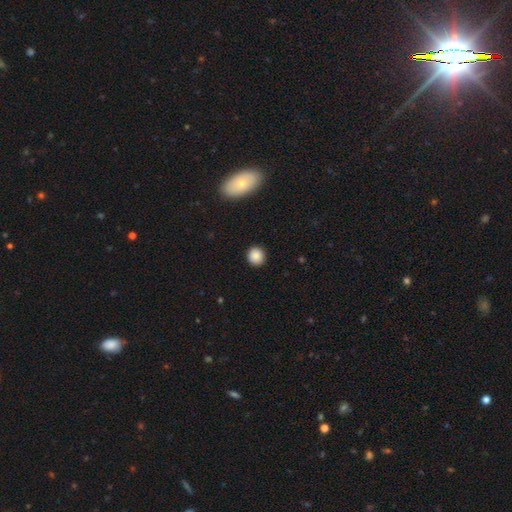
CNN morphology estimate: Smooth or featured?
  - smooth: 87% *
  - star or artifact: 9%
  - featured or disk: 4%
How rounded?
  - round: 91% *
  - in between: 8%
  - cigar-shaped: 1%
Merging?
  - none: 91% *
  - minor disturbance: 6%
  - major disturbance: 2%
  - merger: 1%